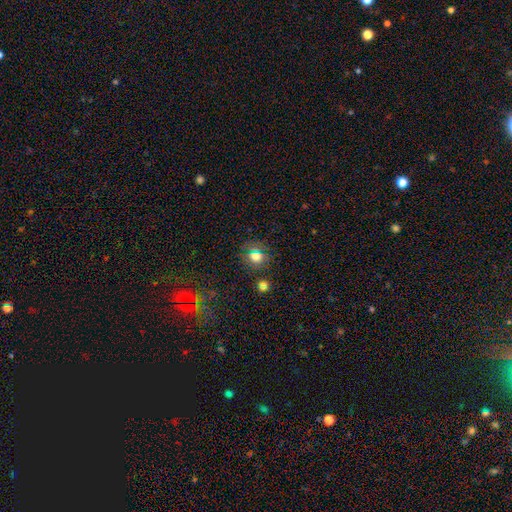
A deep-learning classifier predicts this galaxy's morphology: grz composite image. It shows a smooth galaxy with no disk features (68%) that is round (83%). Merging: none (82%).